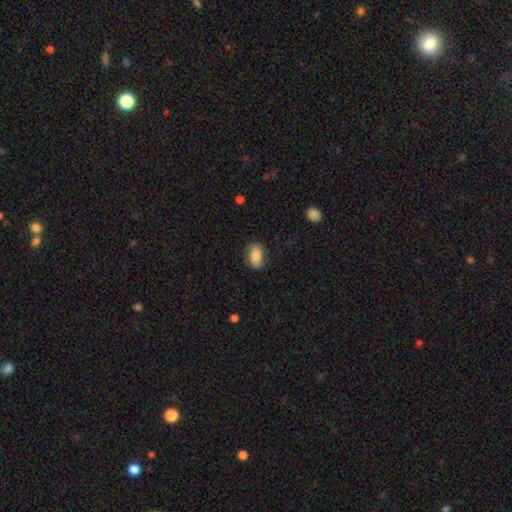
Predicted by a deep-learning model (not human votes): smooth 76%, featured or disk 17%, star or artifact 7%. Down the decision tree: how rounded — in between (87%); merging — none (79%).